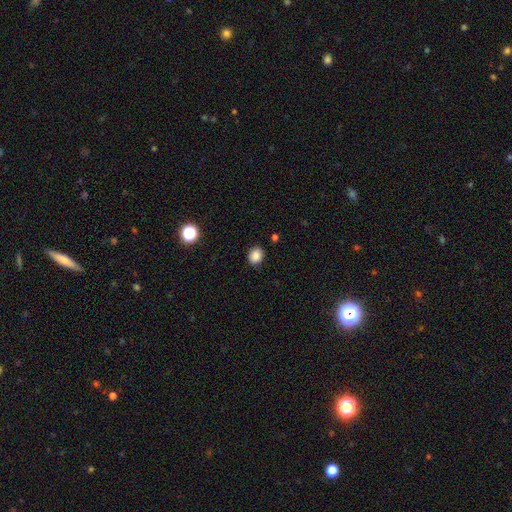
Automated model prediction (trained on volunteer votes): This appears to be a smooth galaxy with no disk features (86%) that is round (65%). Merging: none (88%).